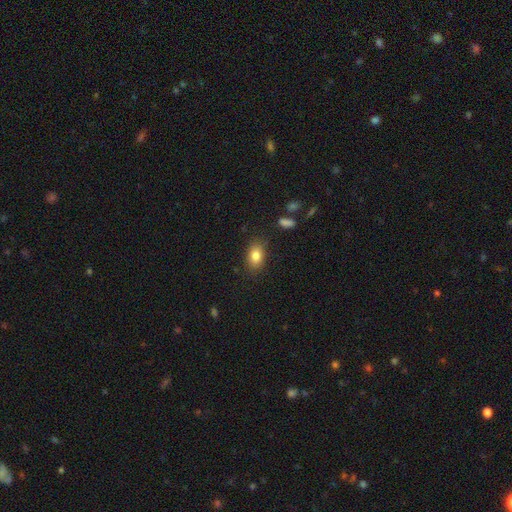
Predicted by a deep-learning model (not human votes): This appears to be a smooth galaxy with no disk features (83%) that is in between round and cigar-shaped (84%). Merging: none (83%).